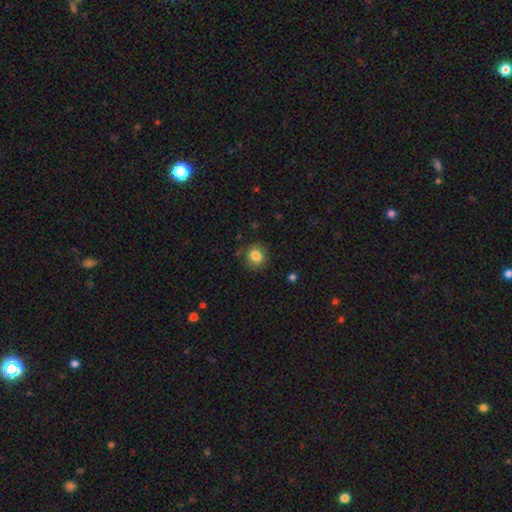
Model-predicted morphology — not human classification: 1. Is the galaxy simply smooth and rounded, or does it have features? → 83% smooth, 10% star or artifact, 7% featured or disk.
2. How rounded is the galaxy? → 82% round, 17% in between, 1% cigar-shaped.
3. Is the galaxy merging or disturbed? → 83% none, 12% minor disturbance, 3% major disturbance, 2% merger.